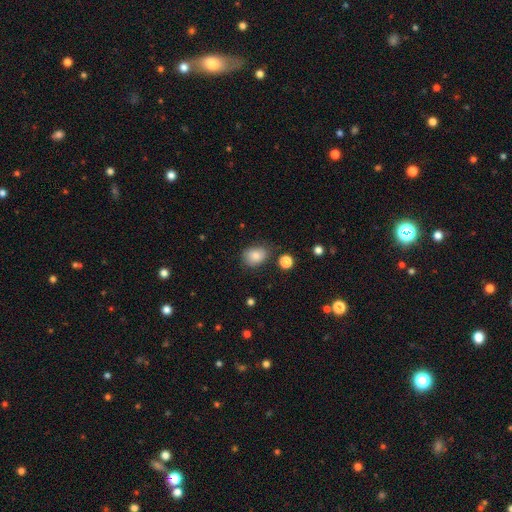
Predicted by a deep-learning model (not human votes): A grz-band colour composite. It shows a smooth galaxy with no disk features (83%) that is in between round and cigar-shaped (60%). Merging: none (72%).